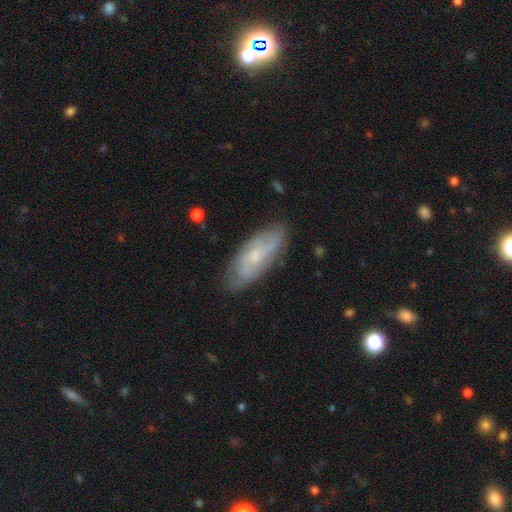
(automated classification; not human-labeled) Morphology: type=featured or disk (57%); edge-on=no (85%); merging=none (76%).